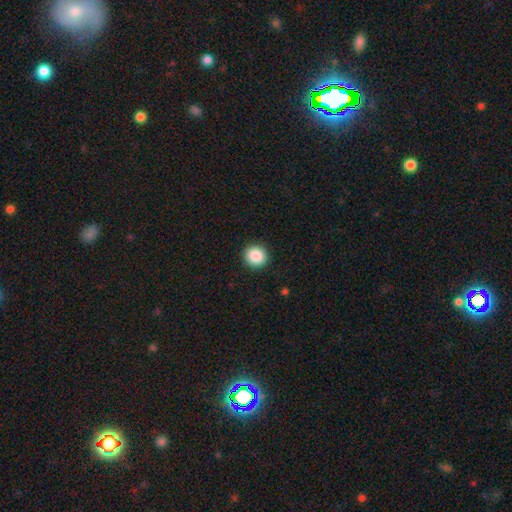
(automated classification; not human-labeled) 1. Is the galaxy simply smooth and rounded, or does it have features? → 88% smooth, 8% star or artifact, 3% featured or disk.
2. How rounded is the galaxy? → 88% round, 11% in between, 1% cigar-shaped.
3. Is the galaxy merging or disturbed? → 92% none, 5% minor disturbance, 2% major disturbance, 1% merger.